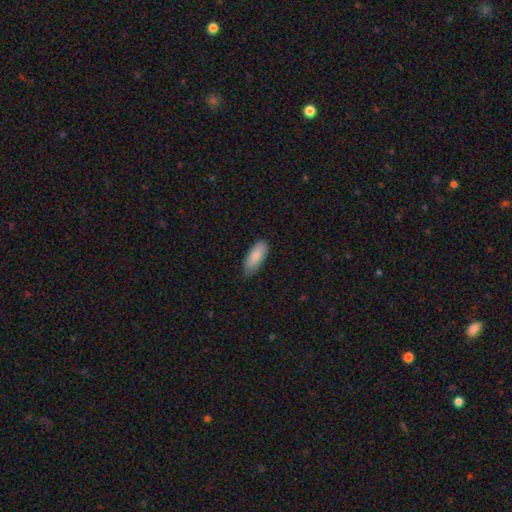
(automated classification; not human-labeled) smooth-or-featured: smooth: 87% | featured or disk: 7% | star or artifact: 6%
  how-rounded: in between: 82% | cigar-shaped: 16% | round: 2%
  merging: none: 73% | minor disturbance: 23% | major disturbance: 3% | merger: 1%